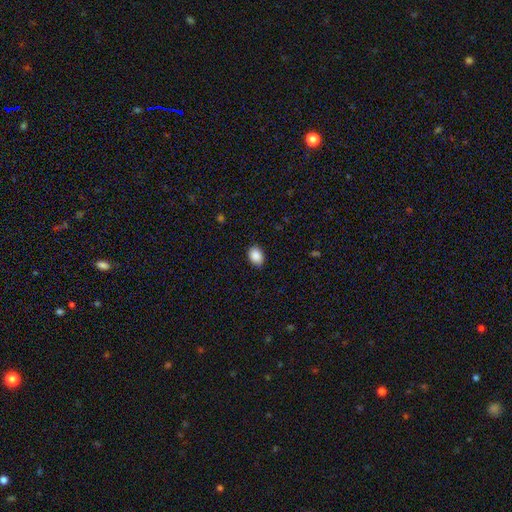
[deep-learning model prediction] Smooth or featured?
  - smooth: 89% *
  - star or artifact: 8%
  - featured or disk: 3%
How rounded?
  - in between: 79% *
  - round: 20%
  - cigar-shaped: 1%
Merging?
  - none: 85% *
  - minor disturbance: 11%
  - major disturbance: 2%
  - merger: 1%